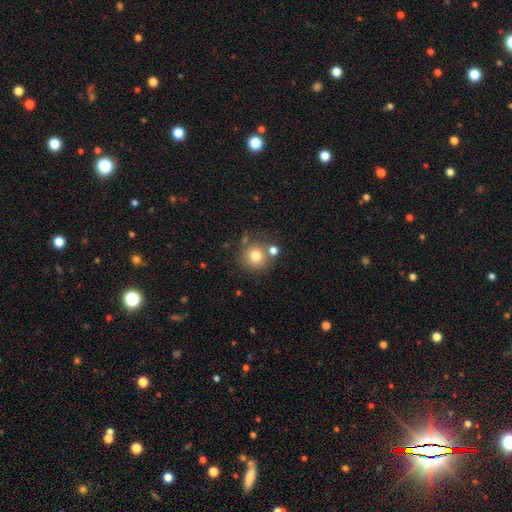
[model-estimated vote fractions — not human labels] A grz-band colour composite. It shows a smooth galaxy with no disk features (77%) that is round (92%). Merging: none (70%).